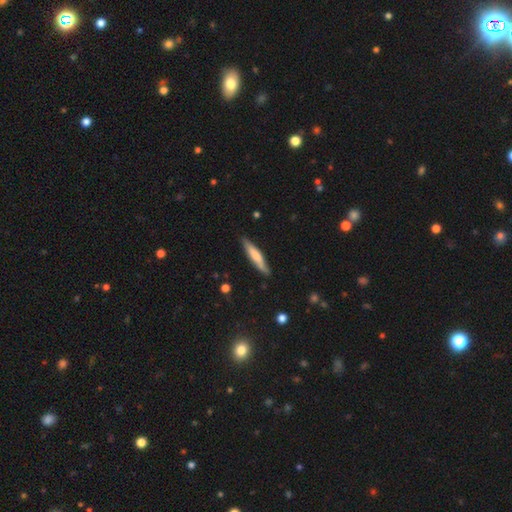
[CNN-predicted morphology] Overall: smooth (62%; featured or disk 33%). How rounded: cigar-shaped (90%). Merging: none (85%).